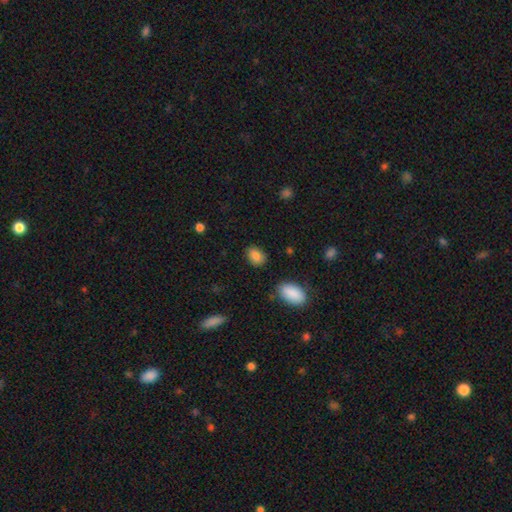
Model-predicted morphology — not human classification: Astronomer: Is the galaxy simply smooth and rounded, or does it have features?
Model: smooth — 86%.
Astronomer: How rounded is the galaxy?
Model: in between — 77%.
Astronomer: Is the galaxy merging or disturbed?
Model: none — 84%.